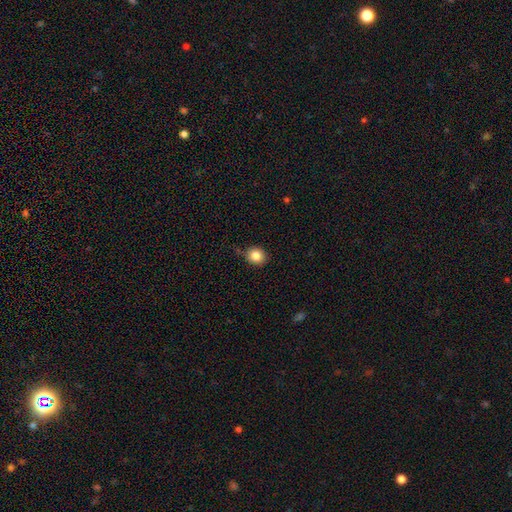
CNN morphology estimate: Overall: smooth (84%). How rounded: round (77%). Merging: none (82%).